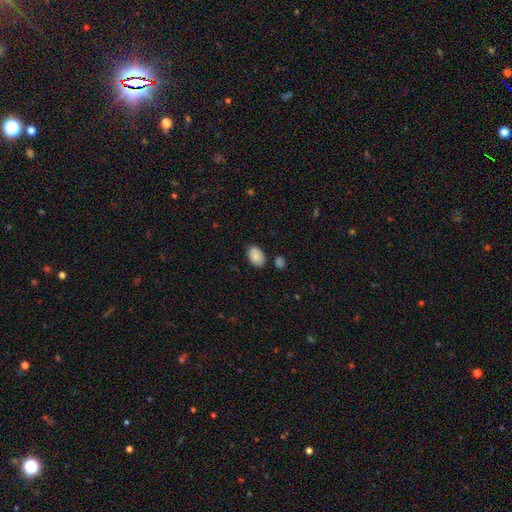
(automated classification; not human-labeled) Morphology: type=smooth (89%); roundness=in between (89%); merging=none (81%).